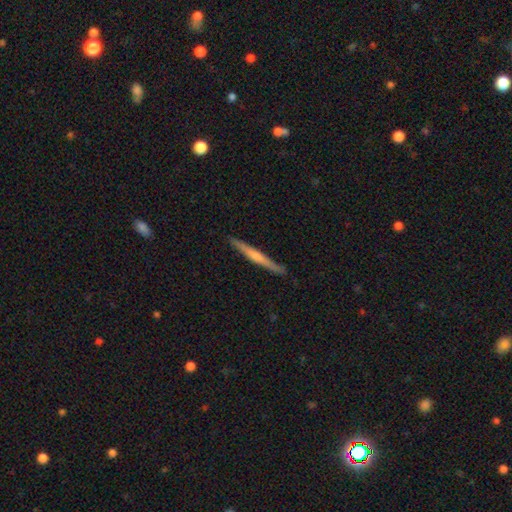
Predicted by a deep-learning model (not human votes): smooth-or-featured: featured or disk: 70% | smooth: 23% | star or artifact: 7%
  disk-edge-on: yes: 98% | no: 2%
    edge-on-bulge: rounded: 72% | none: 20% | boxy: 8%
  merging: none: 90% | minor disturbance: 7% | major disturbance: 1% | merger: 1%